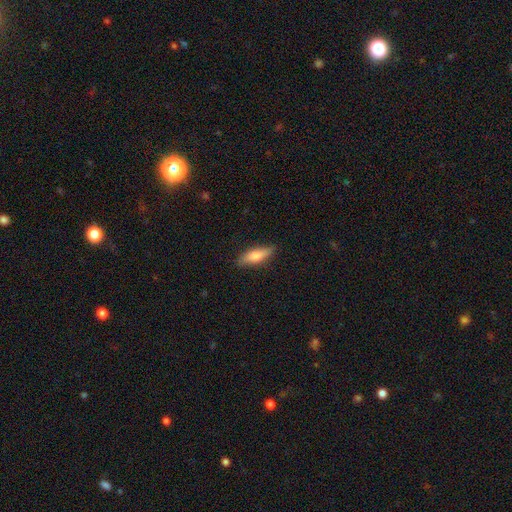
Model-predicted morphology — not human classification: Smooth or featured? smooth (74%)
How rounded? in between (51%)
Merging? none (83%)